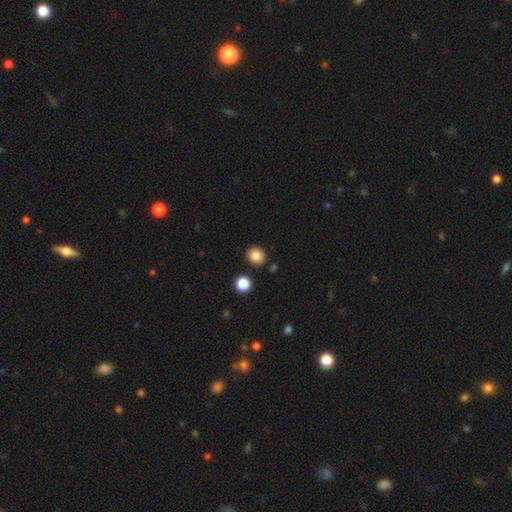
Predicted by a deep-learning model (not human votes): smooth 84%, star or artifact 11%, featured or disk 5%. Down the decision tree: how rounded — round (84%); merging — none (88%).